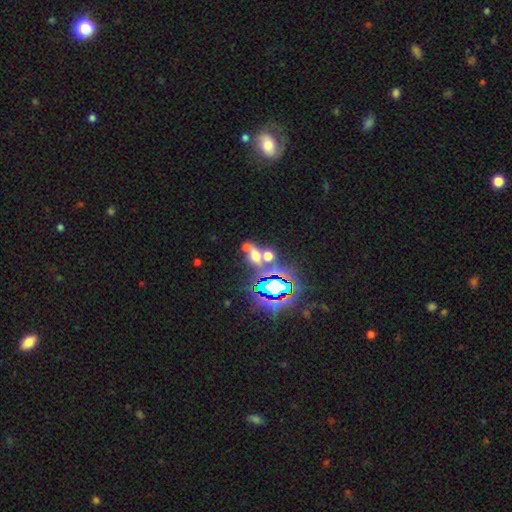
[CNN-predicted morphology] This appears to be a smooth galaxy with no disk features (42%). Merging: none (43%).